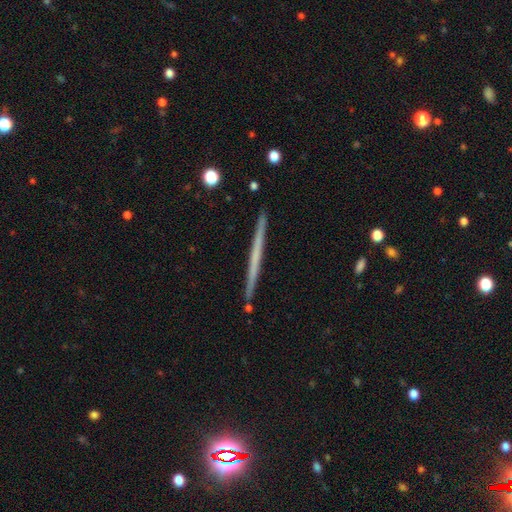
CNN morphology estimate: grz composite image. It shows a featured or disk galaxy (58%) viewed edge-on (98%) with no central bulge (88%). Merging: none (92%).